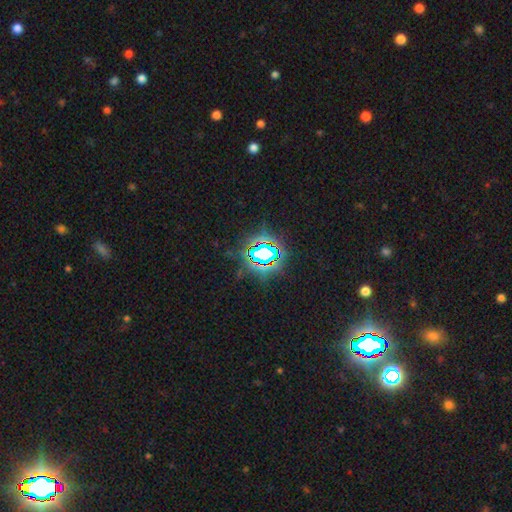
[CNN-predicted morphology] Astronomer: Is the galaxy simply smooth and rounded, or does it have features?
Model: star or artifact — 76%.